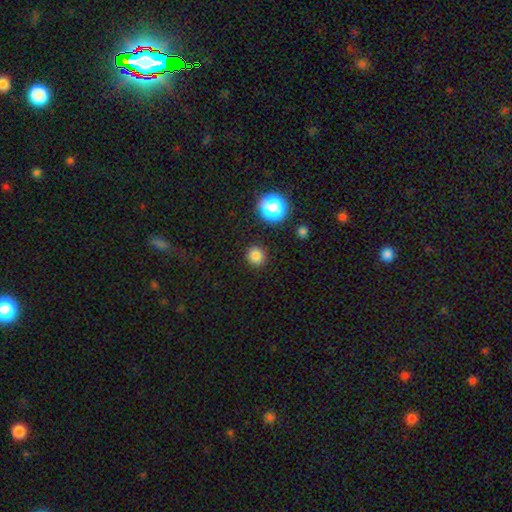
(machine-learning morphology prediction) smooth-or-featured: smooth: 81% | star or artifact: 15% | featured or disk: 4%
  how-rounded: round: 87% | in between: 12% | cigar-shaped: 1%
  merging: none: 89% | minor disturbance: 7% | major disturbance: 3% | merger: 2%